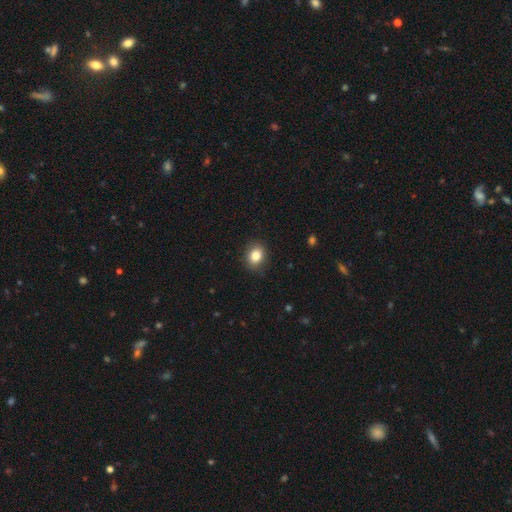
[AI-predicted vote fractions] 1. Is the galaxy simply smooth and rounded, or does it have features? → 84% smooth, 10% star or artifact, 7% featured or disk.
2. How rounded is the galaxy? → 52% round, 47% in between, 1% cigar-shaped.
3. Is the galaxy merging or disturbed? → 86% none, 10% minor disturbance, 3% major disturbance, 1% merger.